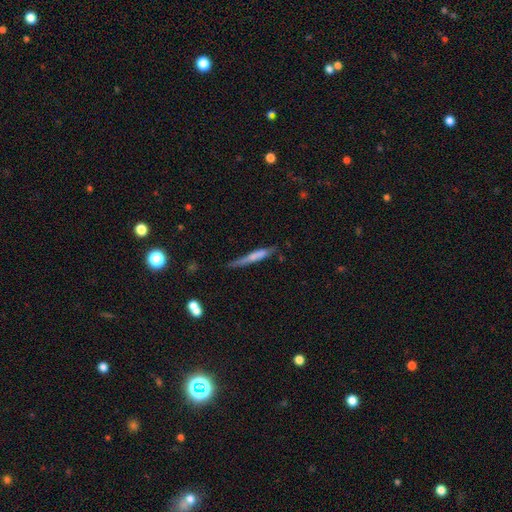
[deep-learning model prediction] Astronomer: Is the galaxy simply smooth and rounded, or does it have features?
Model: smooth — 58% (runner-up: featured or disk, 35%).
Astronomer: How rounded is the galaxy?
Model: cigar-shaped — 93%.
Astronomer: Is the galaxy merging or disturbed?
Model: none — 63%.